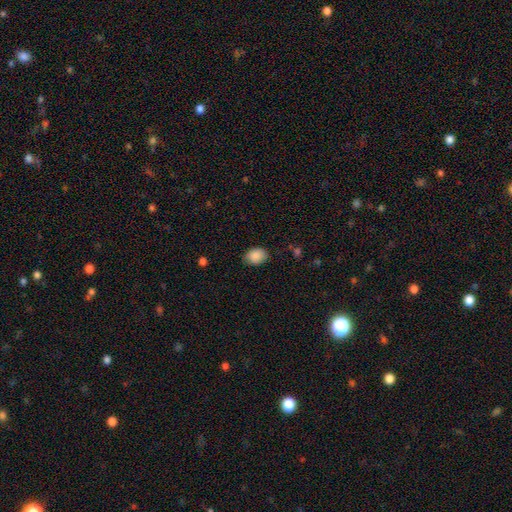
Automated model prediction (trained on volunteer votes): Smooth or featured: smooth — 89% (star or artifact — 8%)
How rounded: in between — 66% (round — 33%)
Merging: none — 81% (minor disturbance — 15%)